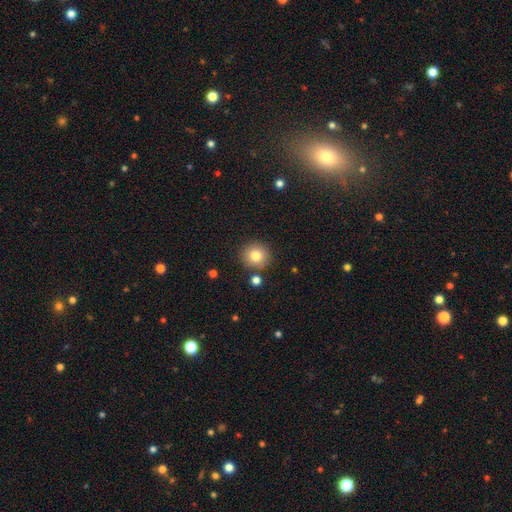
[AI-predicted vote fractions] smooth_or_featured: smooth (p=0.79) [alt: star or artifact p=0.11]
how_rounded: round (p=0.92) [alt: in between p=0.08]
merging: none (p=0.85) [alt: minor disturbance p=0.08]